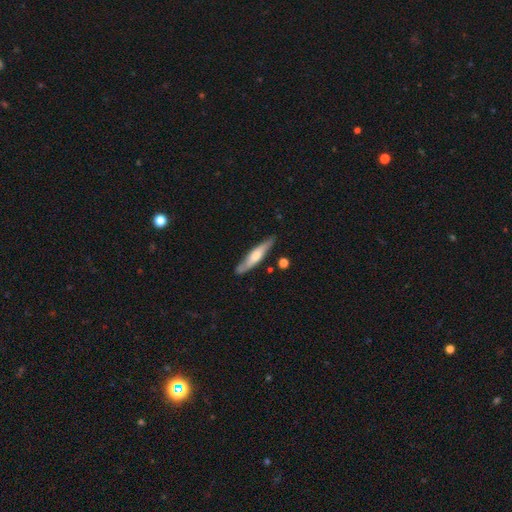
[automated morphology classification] A featured or disk galaxy (48%).

Vote fractions:
- Smooth or featured? featured or disk: 48% / smooth: 47% / star or artifact: 5%
- Merging? none: 79% / minor disturbance: 14% / merger: 3% / major disturbance: 3%